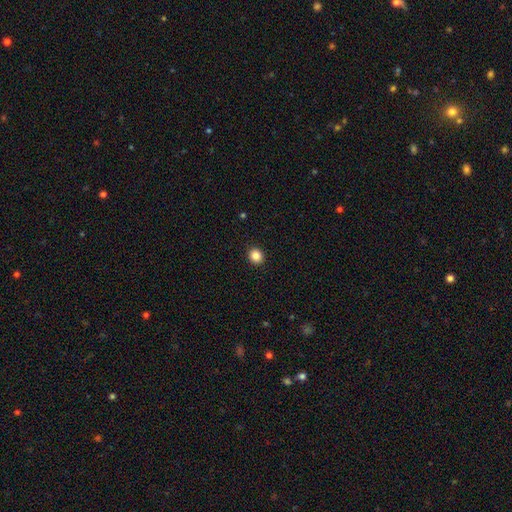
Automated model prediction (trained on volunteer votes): Morphology: type=smooth (86%); roundness=round (82%); merging=none (92%).